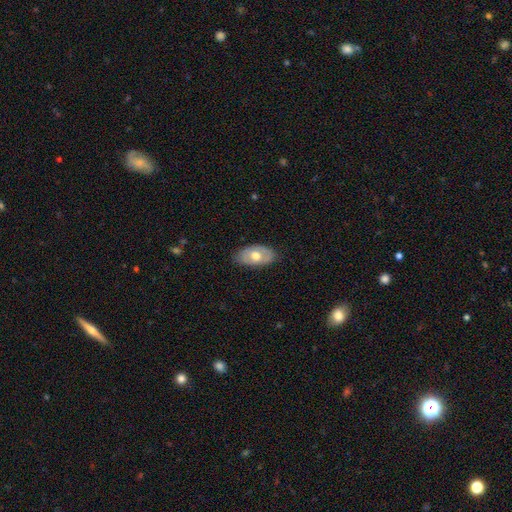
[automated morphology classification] smooth-or-featured: smooth: 56% | featured or disk: 39% | star or artifact: 6%
  how-rounded: in between: 92% | round: 7% | cigar-shaped: 2%
  merging: none: 78% | minor disturbance: 18% | major disturbance: 3% | merger: 1%